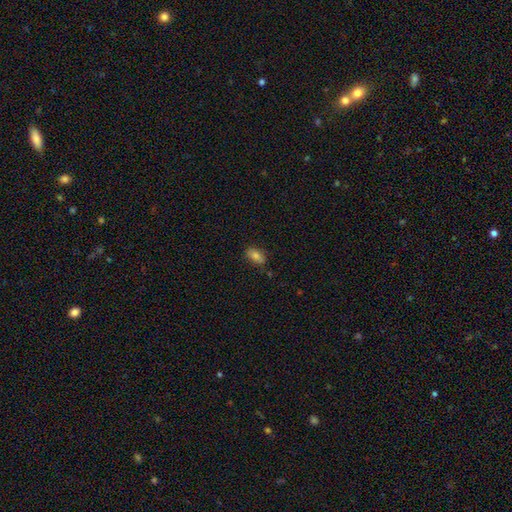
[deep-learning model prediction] This appears to be a smooth galaxy with no disk features (78%) that is in between round and cigar-shaped (89%). Merging: none (81%).